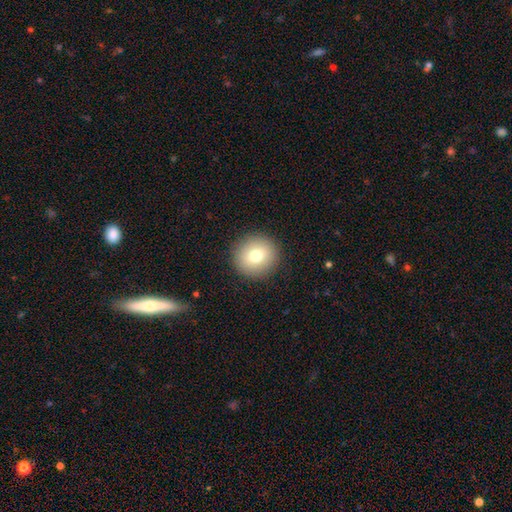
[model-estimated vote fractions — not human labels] Q: Smooth or featured?
A: smooth (77%); runner-up: featured or disk (14%)
Q: How rounded?
A: round (92%); runner-up: in between (7%)
Q: Merging?
A: none (91%); runner-up: minor disturbance (6%)